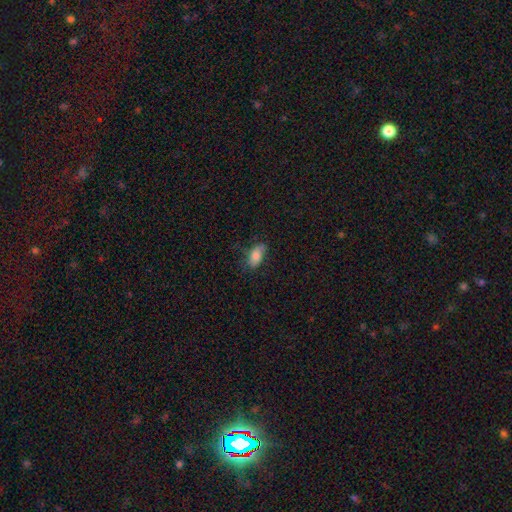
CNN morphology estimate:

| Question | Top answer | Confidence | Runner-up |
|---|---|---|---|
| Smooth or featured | smooth | 77% | featured or disk (14%) |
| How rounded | in between | 89% | cigar-shaped (6%) |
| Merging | none | 57% | minor disturbance (29%) |